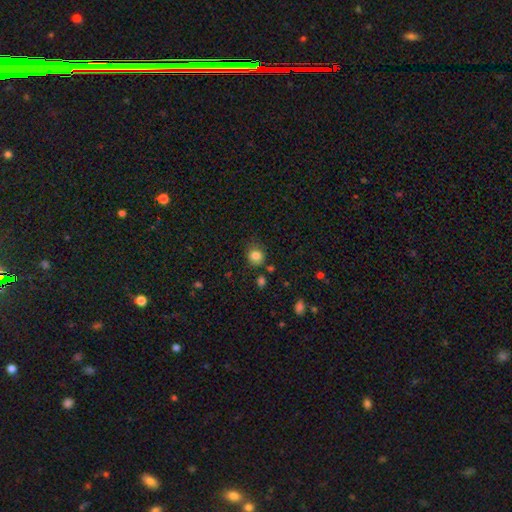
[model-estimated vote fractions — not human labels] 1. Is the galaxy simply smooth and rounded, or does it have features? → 83% smooth, 11% star or artifact, 6% featured or disk.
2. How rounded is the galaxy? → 81% round, 18% in between, 1% cigar-shaped.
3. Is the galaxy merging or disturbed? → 73% none, 18% minor disturbance, 5% major disturbance, 4% merger.